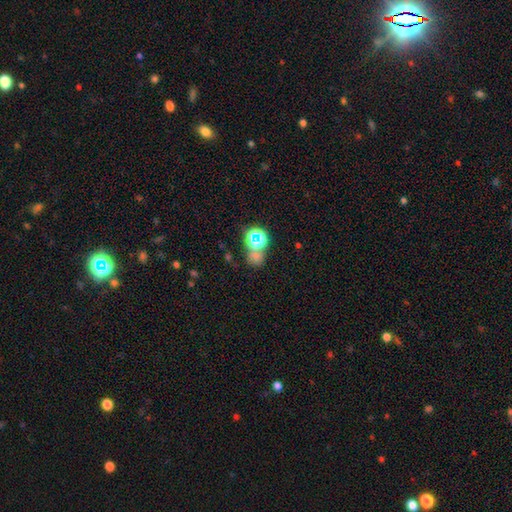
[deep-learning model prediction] Overall: star or artifact (54%; smooth 34%).